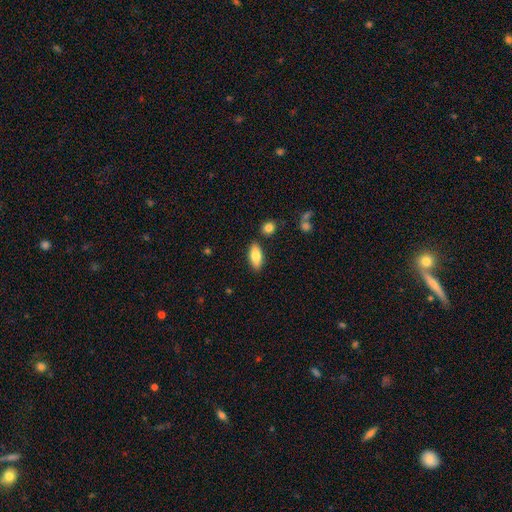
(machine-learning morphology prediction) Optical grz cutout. It shows a smooth galaxy with no disk features (80%) that is in between round and cigar-shaped (84%). Merging: none (84%).